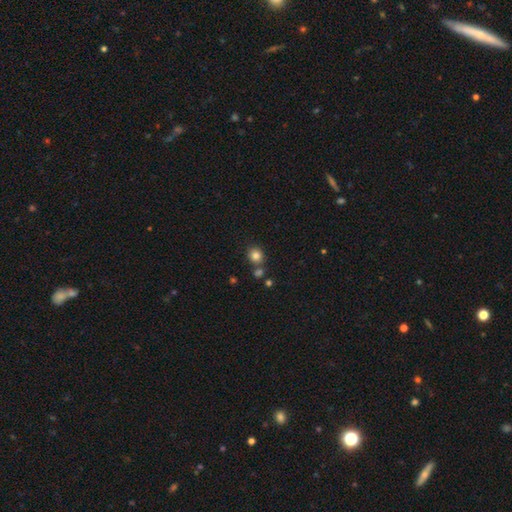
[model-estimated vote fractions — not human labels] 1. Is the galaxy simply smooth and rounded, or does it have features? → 82% smooth, 12% star or artifact, 6% featured or disk.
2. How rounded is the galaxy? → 79% round, 20% in between, 1% cigar-shaped.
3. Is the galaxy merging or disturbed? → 74% none, 14% merger, 9% minor disturbance, 3% major disturbance.